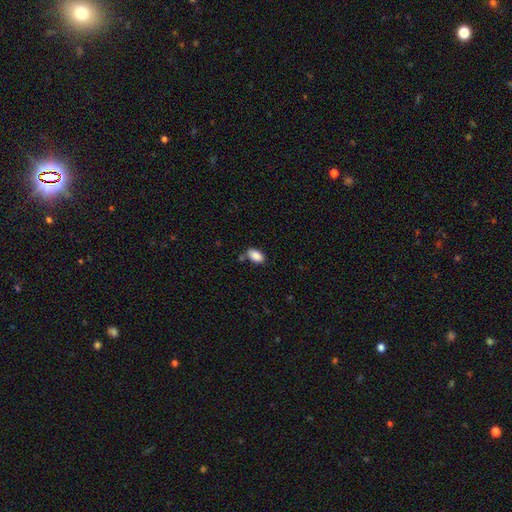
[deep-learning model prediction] A smooth galaxy with no disk features (88%) that is in between round and cigar-shaped (93%). Merging: none (75%).